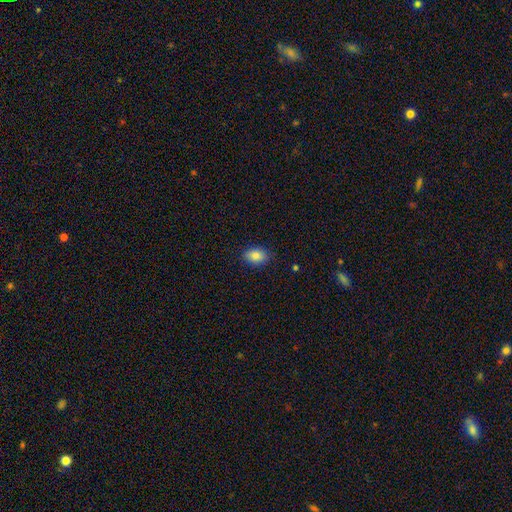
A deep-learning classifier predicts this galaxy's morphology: Smooth or featured? Predicted: smooth (p=0.86). How rounded? Predicted: in between (p=0.83). Merging? Predicted: none (p=0.87).